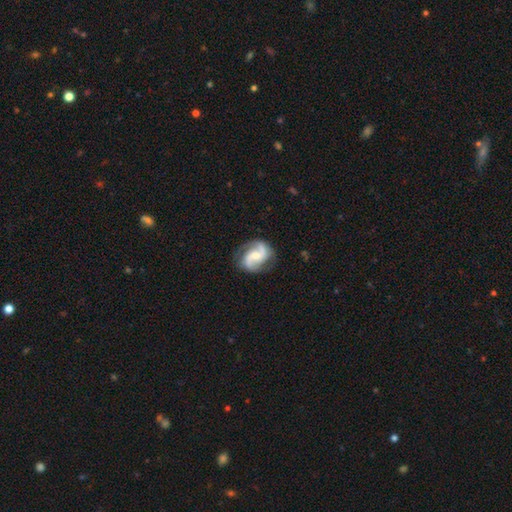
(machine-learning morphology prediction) A featured or disk galaxy (85%) with a weak bar (43%), 2 (91%) medium (48%) spiral arms (97%) and a moderate central bulge (48%). Merging: none (78%).